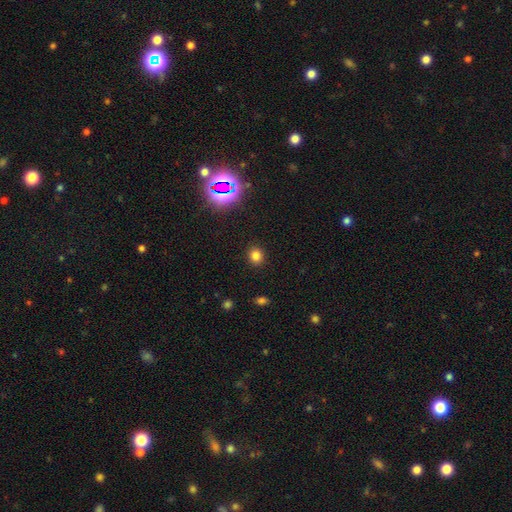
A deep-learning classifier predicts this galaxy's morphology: A smooth galaxy with no disk features (78%) that is round (77%).

Vote fractions:
- Smooth or featured? smooth: 78% / star or artifact: 17% / featured or disk: 5%
- How rounded? round: 77% / in between: 22% / cigar-shaped: 1%
- Merging? none: 90% / minor disturbance: 6% / major disturbance: 2% / merger: 1%